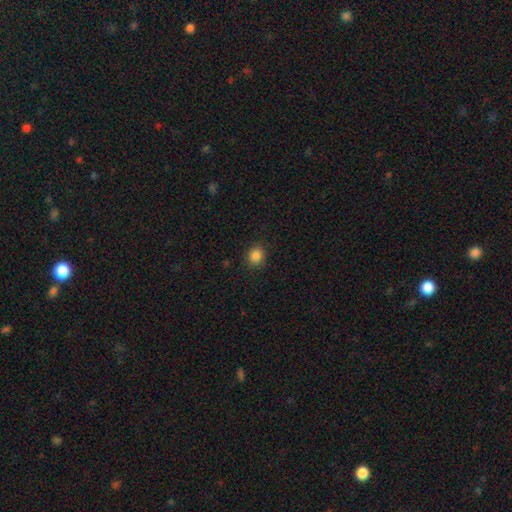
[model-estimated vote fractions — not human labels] This appears to be a smooth galaxy with no disk features (85%) that is round (79%). Merging: none (89%).